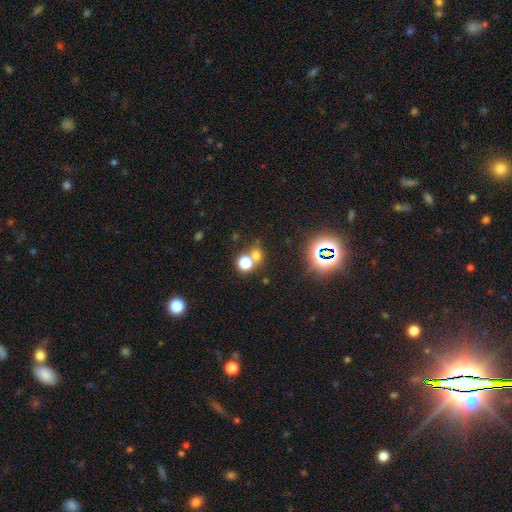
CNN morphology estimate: smooth 59%, star or artifact 31%, featured or disk 10%. Down the decision tree: how rounded — round (77%); merging — none (52%).